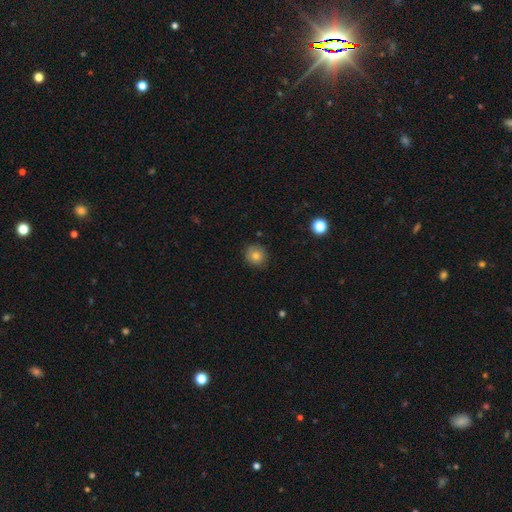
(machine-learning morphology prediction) This appears to be a smooth galaxy with no disk features (79%) that is round (91%). Merging: none (86%).